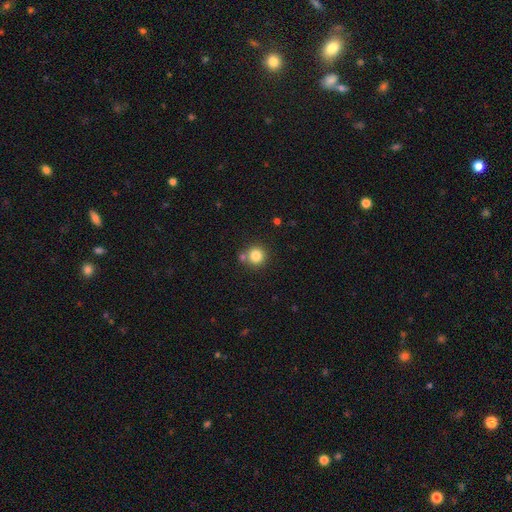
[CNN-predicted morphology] smooth_or_featured: smooth (p=0.82) [alt: star or artifact p=0.11]
how_rounded: round (p=0.93) [alt: in between p=0.06]
merging: none (p=0.72) [alt: merger p=0.17]